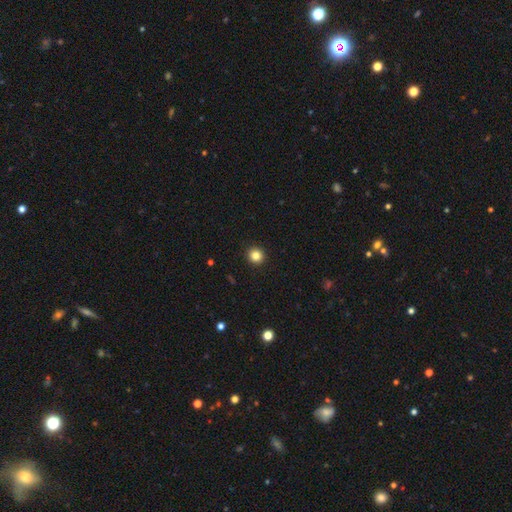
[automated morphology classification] smooth 84%, star or artifact 11%, featured or disk 5%. Down the decision tree: how rounded — round (93%); merging — none (93%).